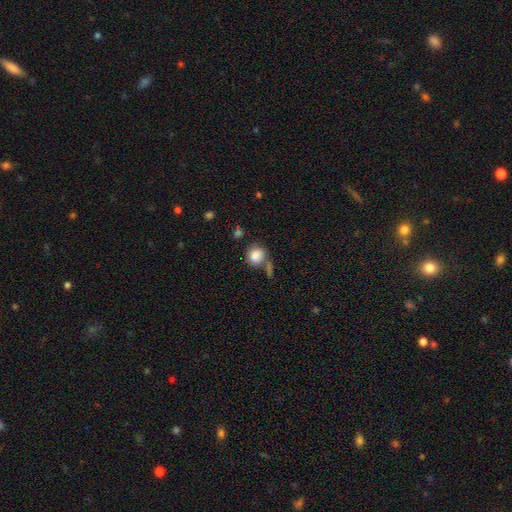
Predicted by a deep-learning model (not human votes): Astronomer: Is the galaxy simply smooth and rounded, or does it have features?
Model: smooth — 86%.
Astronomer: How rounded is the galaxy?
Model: round — 77%.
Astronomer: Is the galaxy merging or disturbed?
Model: none — 59%.